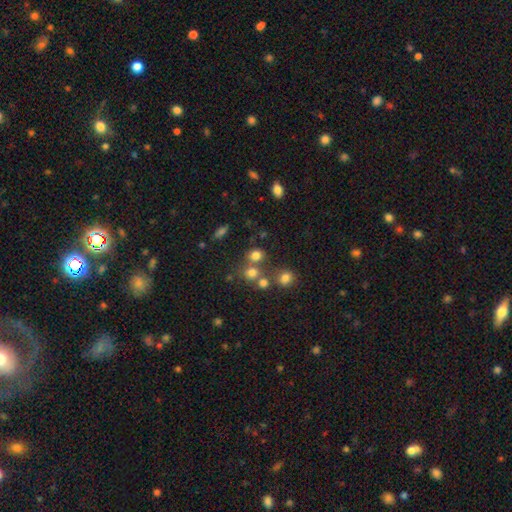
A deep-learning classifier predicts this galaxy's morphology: Smooth or featured?
  - smooth: 73% *
  - star or artifact: 17%
  - featured or disk: 9%
How rounded?
  - round: 74% *
  - in between: 25%
  - cigar-shaped: 1%
Merging?
  - none: 58% *
  - merger: 27%
  - minor disturbance: 10%
  - major disturbance: 5%